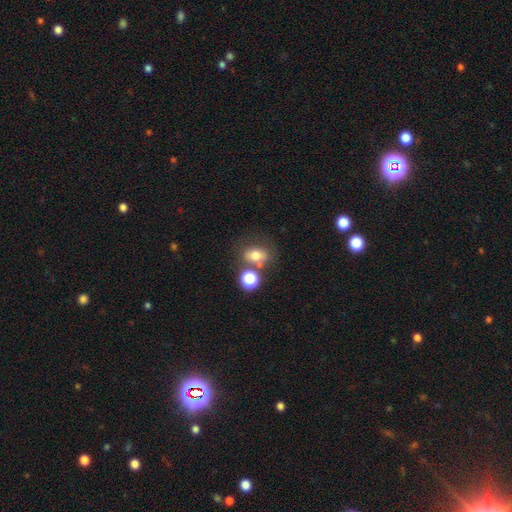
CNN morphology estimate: This appears to be a smooth galaxy with no disk features (72%) that is in between round and cigar-shaped (56%). Merging: none (54%).